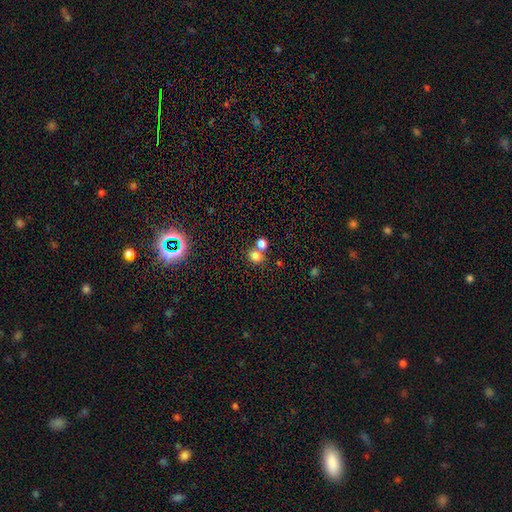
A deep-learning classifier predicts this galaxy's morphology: smooth_or_featured: smooth (p=0.78) [alt: star or artifact p=0.15]
how_rounded: round (p=0.58) [alt: in between p=0.41]
merging: none (p=0.58) [alt: merger p=0.30]